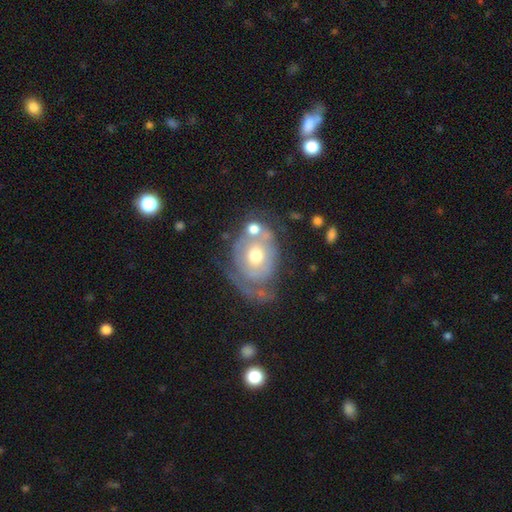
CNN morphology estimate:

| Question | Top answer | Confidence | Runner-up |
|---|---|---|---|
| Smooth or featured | featured or disk | 66% | smooth (27%) |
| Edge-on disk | no | 96% | yes (4%) |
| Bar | no | 84% | weak (13%) |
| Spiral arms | yes | 58% | no (42%) |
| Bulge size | moderate | 72% | small (16%) |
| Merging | none | 38% | minor disturbance (24%) |